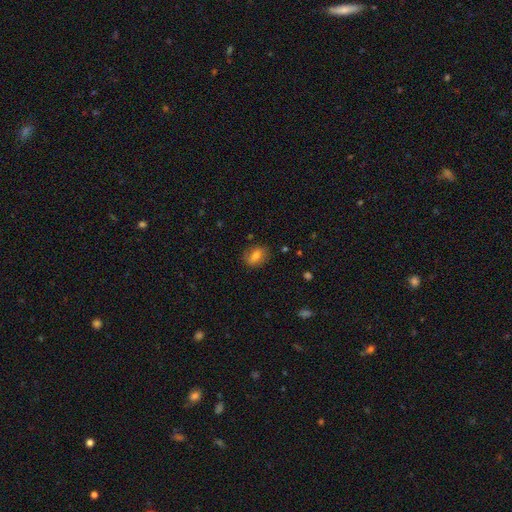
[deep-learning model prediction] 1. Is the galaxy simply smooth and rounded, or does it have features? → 71% smooth, 19% featured or disk, 10% star or artifact.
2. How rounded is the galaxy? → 70% in between, 27% round, 3% cigar-shaped.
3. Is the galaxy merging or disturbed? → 82% none, 13% minor disturbance, 3% major disturbance, 1% merger.